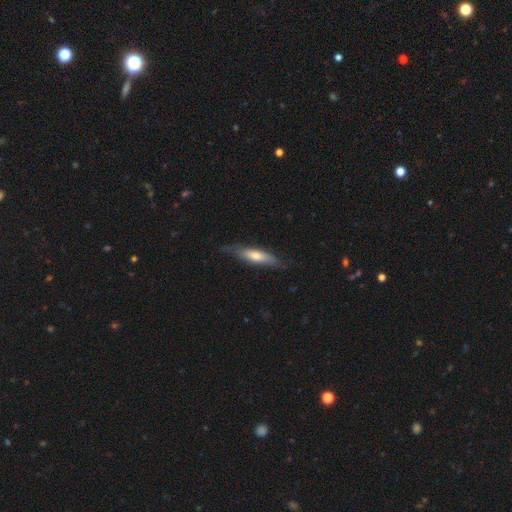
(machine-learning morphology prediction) smooth 56%, featured or disk 38%, star or artifact 5%. Down the decision tree: how rounded — cigar-shaped (69%); merging — none (69%).